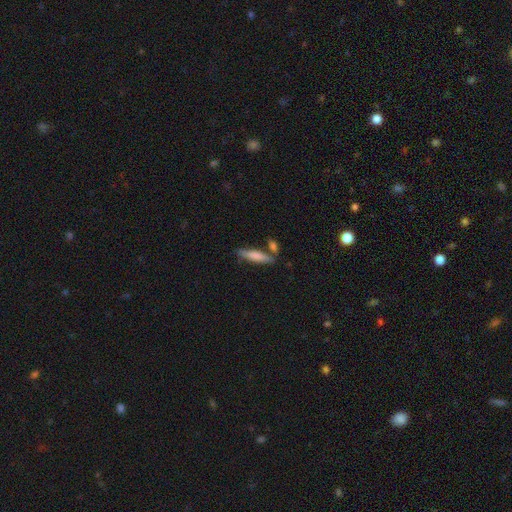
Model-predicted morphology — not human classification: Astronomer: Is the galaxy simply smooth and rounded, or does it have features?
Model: smooth — 71%.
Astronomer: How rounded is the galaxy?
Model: cigar-shaped — 79%.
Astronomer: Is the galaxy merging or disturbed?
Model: none — 71%.